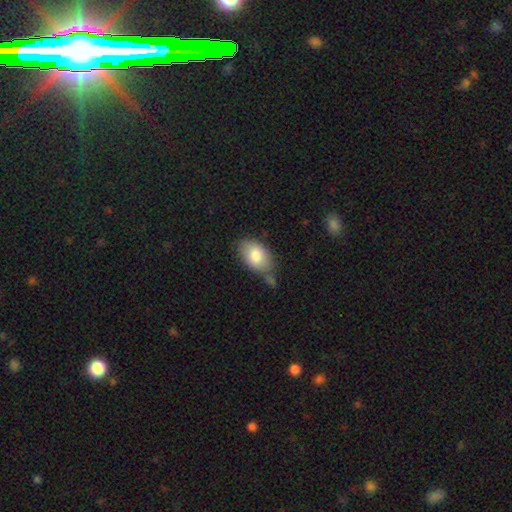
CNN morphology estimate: smooth_or_featured: smooth (p=0.81) [alt: featured or disk p=0.12]
how_rounded: in between (p=0.90) [alt: round p=0.08]
merging: none (p=0.53) [alt: minor disturbance p=0.26]